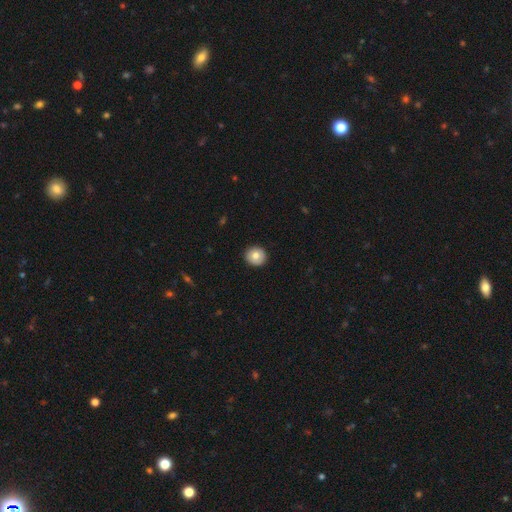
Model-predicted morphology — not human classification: Smooth or featured? Predicted: smooth (p=0.78). How rounded? Predicted: round (p=0.91). Merging? Predicted: none (p=0.92).